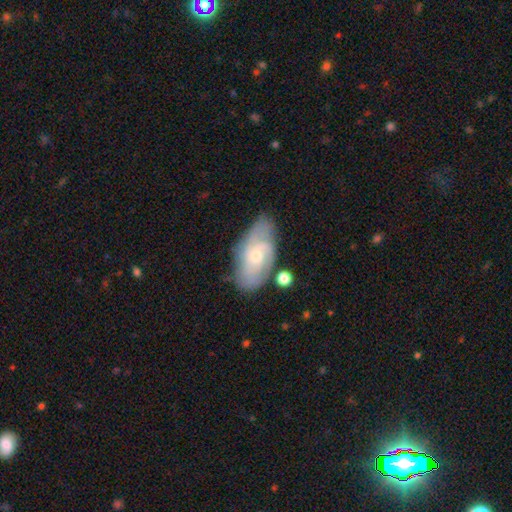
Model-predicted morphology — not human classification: The model was most divided on "spiral arm count": can't tell: 36%, 2: 35%, 3: 17%, 4: 5%, 1: 4%, more than 4: 3%. Remaining: edge-on disk — no (94%); spiral arms — yes (90%); smooth or featured — featured or disk (70%); merging — none (66%); bar — no (64%); bulge size — small (58%); spiral winding — tight (48%).